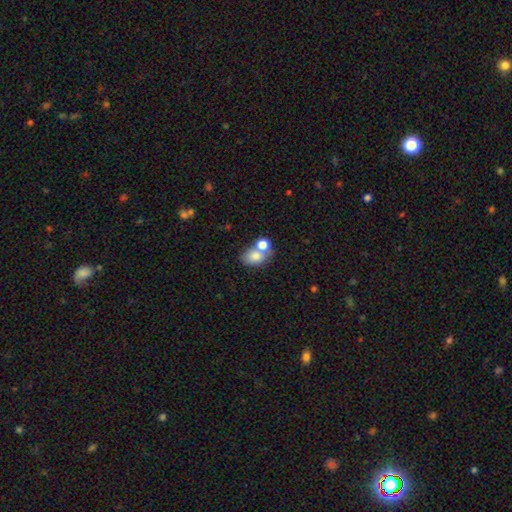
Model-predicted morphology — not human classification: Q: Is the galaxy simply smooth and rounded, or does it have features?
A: smooth — 77%.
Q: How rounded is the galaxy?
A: in between — 71%.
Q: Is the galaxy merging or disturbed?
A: merger — 45%.